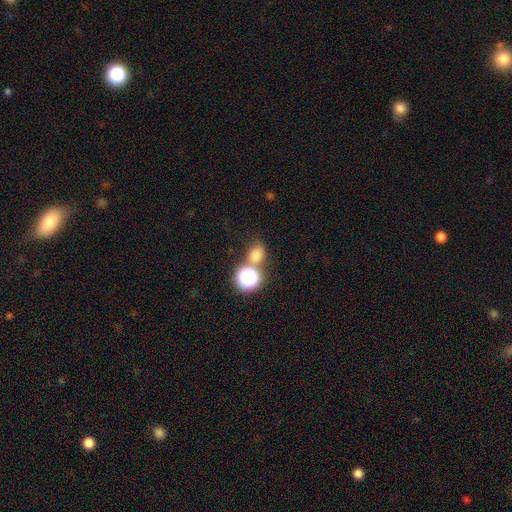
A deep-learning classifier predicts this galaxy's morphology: This appears to be a smooth galaxy with no disk features (72%) that is round (61%). Merging: none (57%).